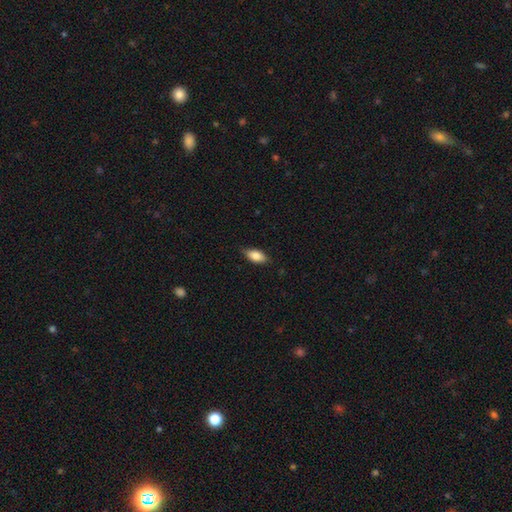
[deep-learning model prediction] smooth-or-featured: smooth: 80% | featured or disk: 13% | star or artifact: 7%
  how-rounded: in between: 88% | cigar-shaped: 9% | round: 4%
  merging: none: 78% | minor disturbance: 18% | major disturbance: 3% | merger: 1%